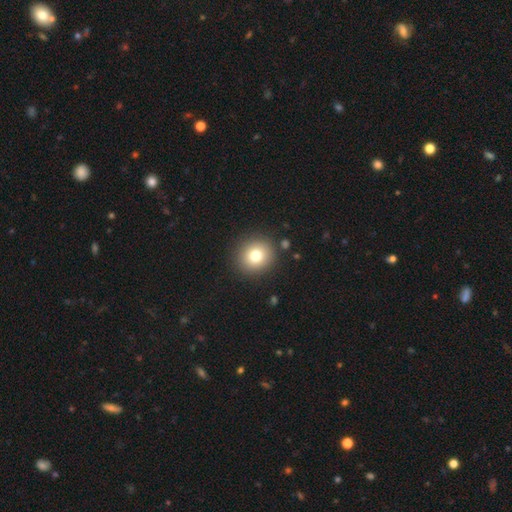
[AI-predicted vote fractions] smooth-or-featured: smooth: 77% | star or artifact: 12% | featured or disk: 11%
  how-rounded: round: 87% | in between: 12% | cigar-shaped: 1%
  merging: none: 89% | minor disturbance: 7% | major disturbance: 3% | merger: 2%